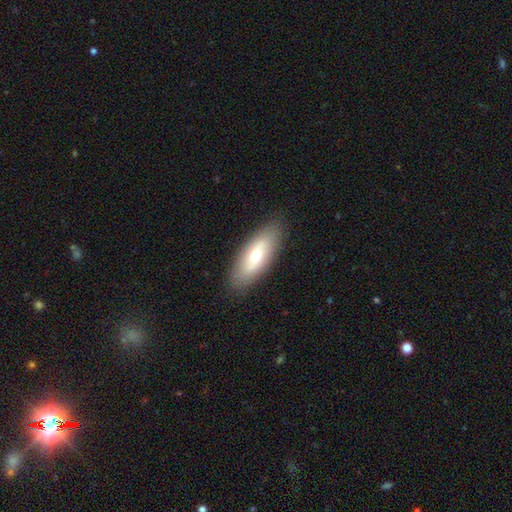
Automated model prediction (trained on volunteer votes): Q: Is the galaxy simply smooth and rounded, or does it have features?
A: smooth — 62%.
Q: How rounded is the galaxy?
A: in between — 72%.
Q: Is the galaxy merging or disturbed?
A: none — 88%.